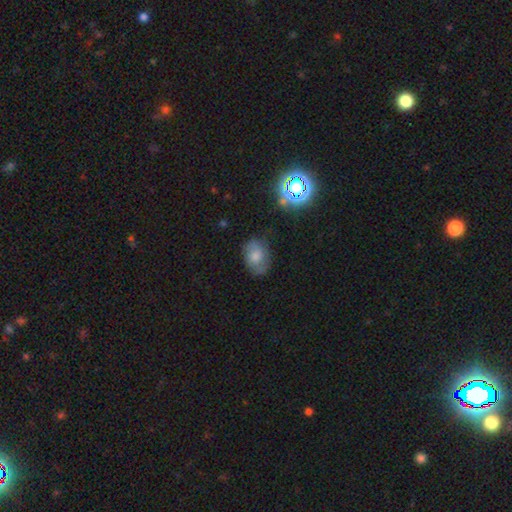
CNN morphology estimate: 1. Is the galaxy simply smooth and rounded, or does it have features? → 62% smooth, 26% featured or disk, 12% star or artifact.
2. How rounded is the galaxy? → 72% in between, 26% round, 1% cigar-shaped.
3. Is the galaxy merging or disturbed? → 65% none, 24% minor disturbance, 9% major disturbance, 2% merger.